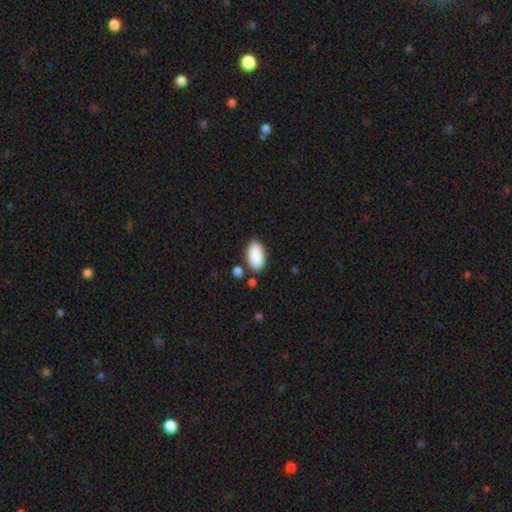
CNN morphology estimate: smooth_or_featured: smooth (p=0.90) [alt: star or artifact p=0.06]
how_rounded: in between (p=0.95) [alt: round p=0.03]
merging: none (p=0.80) [alt: minor disturbance p=0.11]